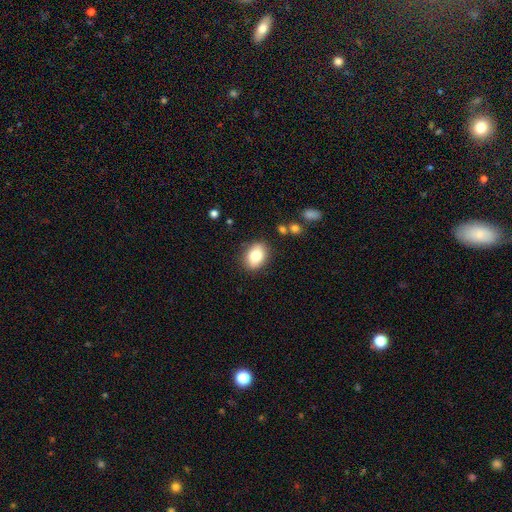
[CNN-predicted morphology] A smooth galaxy with no disk features (81%) that is in between round and cigar-shaped (74%). Merging: none (86%).